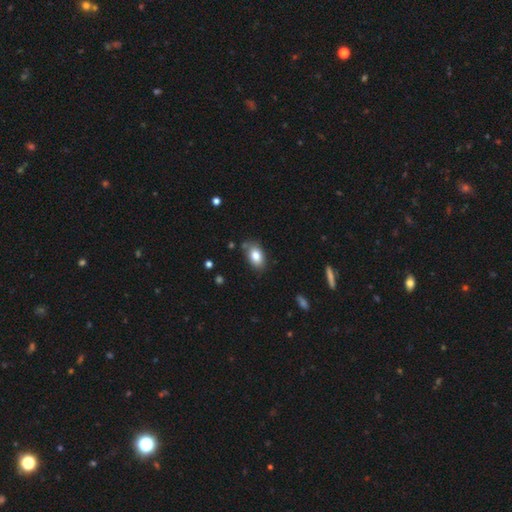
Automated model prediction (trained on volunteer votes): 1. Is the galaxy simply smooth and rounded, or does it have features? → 83% smooth, 9% featured or disk, 8% star or artifact.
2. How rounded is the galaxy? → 89% in between, 10% round, 2% cigar-shaped.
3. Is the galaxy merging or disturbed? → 76% none, 16% minor disturbance, 4% merger, 3% major disturbance.